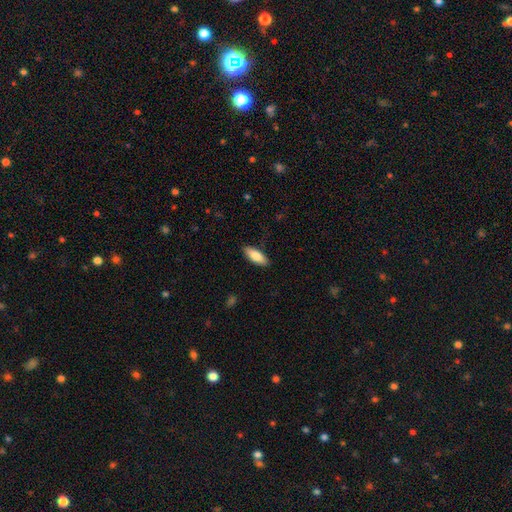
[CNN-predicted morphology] Smooth or featured?
  - smooth: 83% *
  - featured or disk: 12%
  - star or artifact: 6%
How rounded?
  - in between: 71% *
  - cigar-shaped: 27%
  - round: 2%
Merging?
  - none: 87% *
  - minor disturbance: 10%
  - major disturbance: 2%
  - merger: 1%